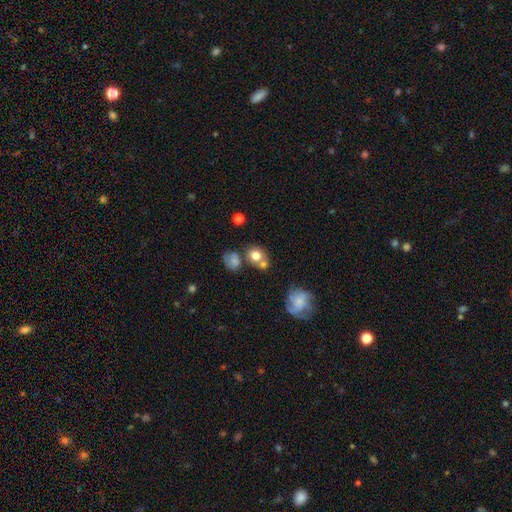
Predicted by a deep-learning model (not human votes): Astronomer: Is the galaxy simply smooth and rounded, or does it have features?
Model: smooth — 75%.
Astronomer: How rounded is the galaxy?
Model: round — 70%.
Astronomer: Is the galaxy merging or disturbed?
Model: none — 48% (runner-up: merger, 32%).